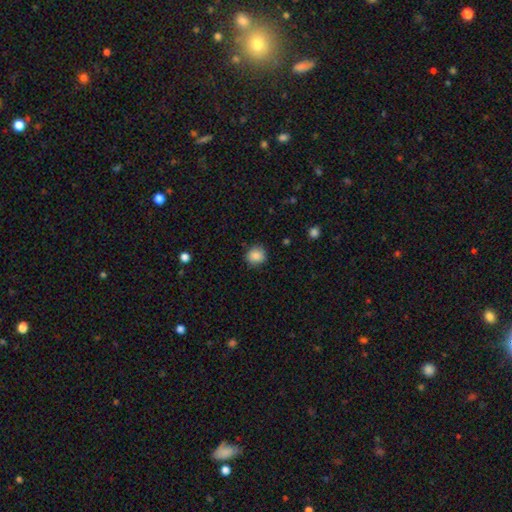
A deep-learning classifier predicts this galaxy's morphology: Smooth or featured? smooth (86%)
How rounded? round (85%)
Merging? none (85%)